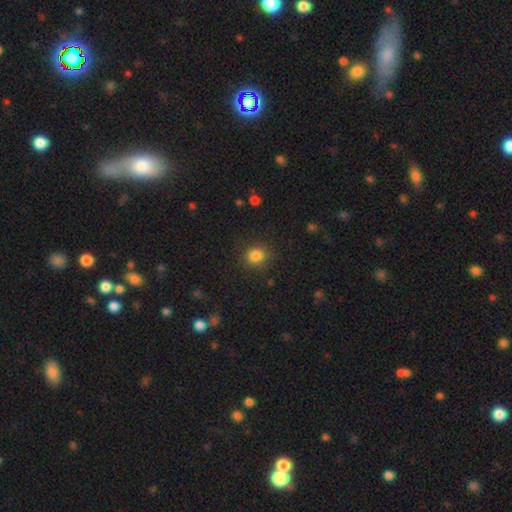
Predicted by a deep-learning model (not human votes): smooth 84%, star or artifact 12%, featured or disk 5%. Down the decision tree: how rounded — round (84%); merging — none (84%).